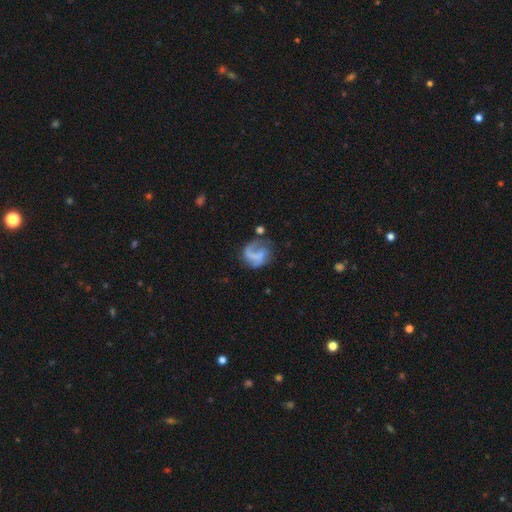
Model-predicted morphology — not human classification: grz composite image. It shows a featured or disk galaxy (59%) with no bar (51%), spiral arms (73%) and no central bulge (65%). Merging: none (40%).